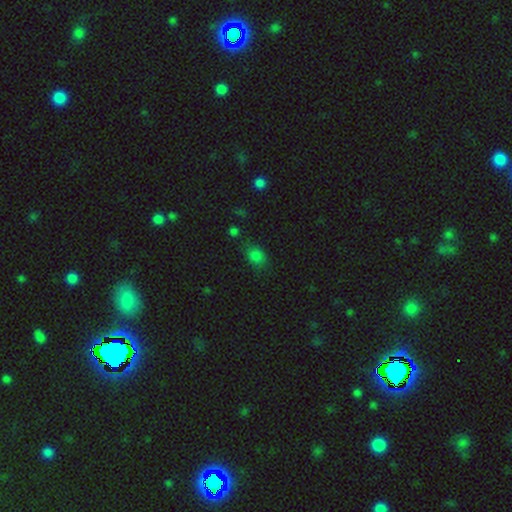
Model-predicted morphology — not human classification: type=smooth (78%); roundness=in between (59%); merging=none (72%).